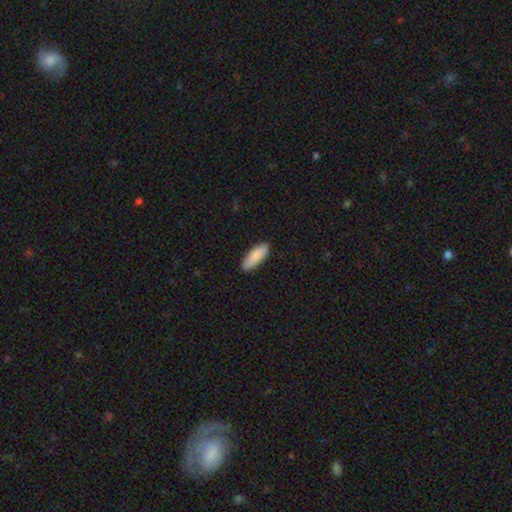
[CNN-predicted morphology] smooth_or_featured: smooth (p=0.88) [alt: featured or disk p=0.06]
how_rounded: in between (p=0.67) [alt: cigar-shaped p=0.31]
merging: none (p=0.87) [alt: minor disturbance p=0.11]